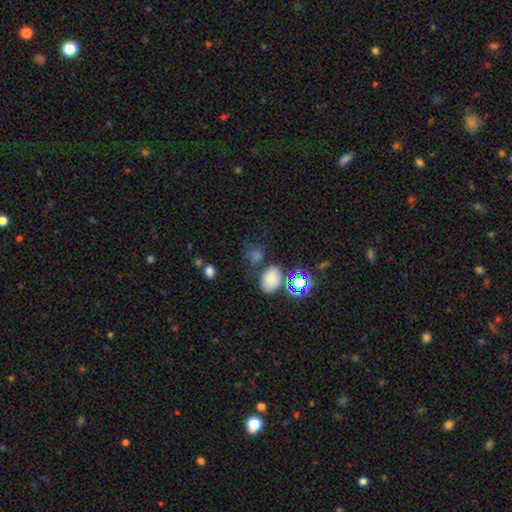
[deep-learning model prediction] smooth-or-featured: smooth: 58% | star or artifact: 32% | featured or disk: 9%
  how-rounded: in between: 56% | round: 43% | cigar-shaped: 2%
  merging: none: 58% | minor disturbance: 16% | merger: 16% | major disturbance: 9%